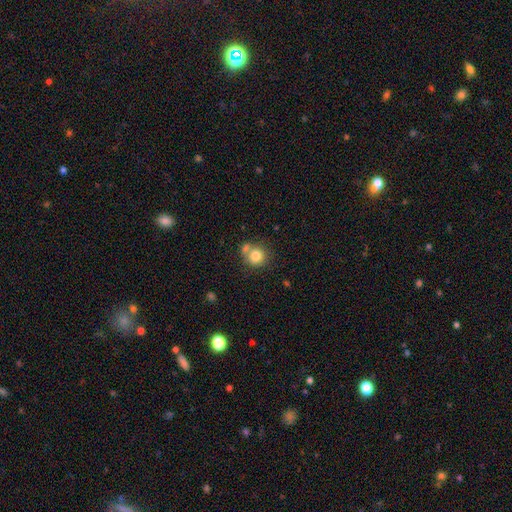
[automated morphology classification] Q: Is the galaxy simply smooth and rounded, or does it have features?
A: smooth — 81%.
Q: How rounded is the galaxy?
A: round — 88%.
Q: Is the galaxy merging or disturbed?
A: none — 54%.